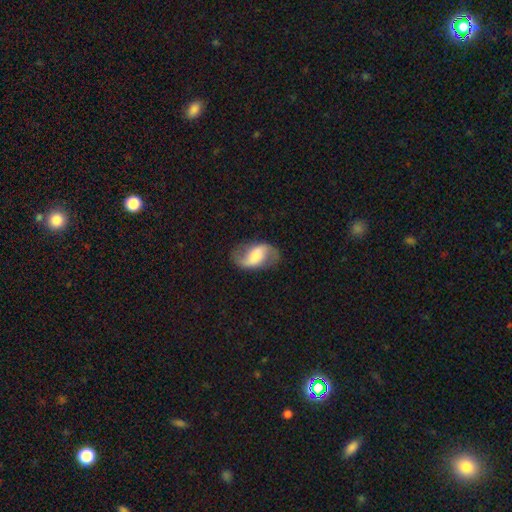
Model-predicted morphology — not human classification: Smooth or featured? Predicted: featured or disk (p=0.74). Edge-on disk? Predicted: no (p=0.96). Bar? Predicted: weak (p=0.43). Spiral arms? Predicted: yes (p=0.92). Spiral winding? Predicted: loose (p=0.64). Spiral arm count? Predicted: 2 (p=0.91). Bulge size? Predicted: moderate (p=0.33). Merging? Predicted: none (p=0.76).